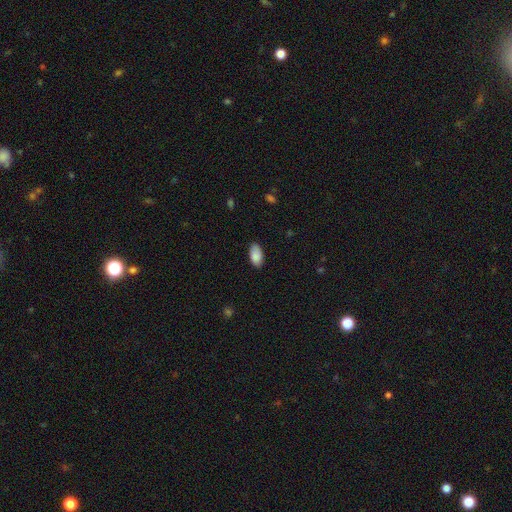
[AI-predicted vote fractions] Q: Smooth or featured?
A: smooth (88%); runner-up: star or artifact (7%)
Q: How rounded?
A: in between (95%); runner-up: round (3%)
Q: Merging?
A: none (81%); runner-up: minor disturbance (15%)